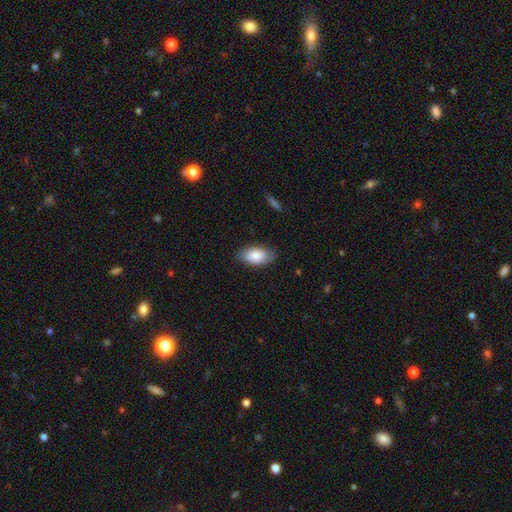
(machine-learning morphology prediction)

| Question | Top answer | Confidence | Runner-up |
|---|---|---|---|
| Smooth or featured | smooth | 81% | featured or disk (13%) |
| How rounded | in between | 94% | round (4%) |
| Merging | none | 80% | minor disturbance (16%) |